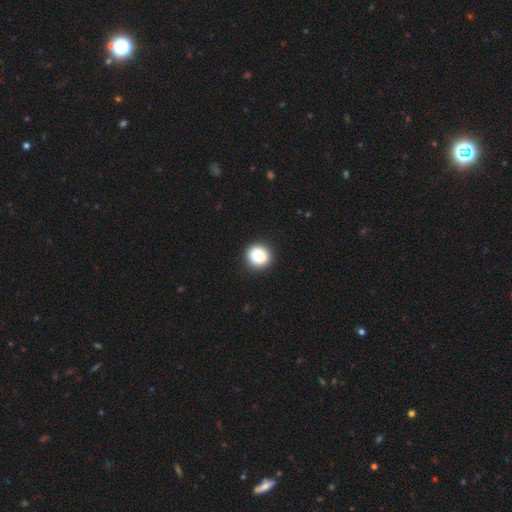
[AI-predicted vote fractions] Q: Smooth or featured?
A: smooth (80%); runner-up: featured or disk (10%)
Q: How rounded?
A: round (92%); runner-up: in between (7%)
Q: Merging?
A: none (86%); runner-up: minor disturbance (9%)